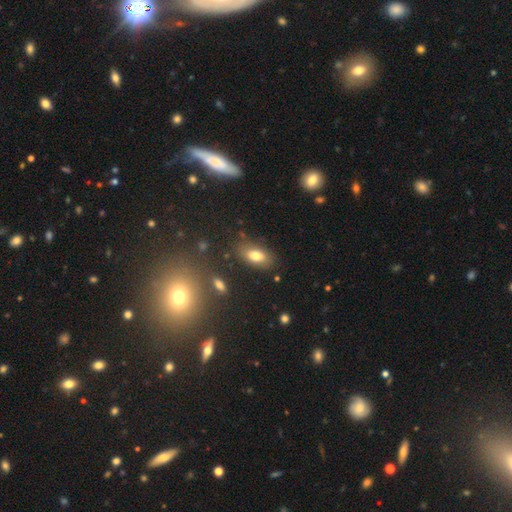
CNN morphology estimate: Overall: smooth (78%). How rounded: in between (89%). Merging: none (79%).